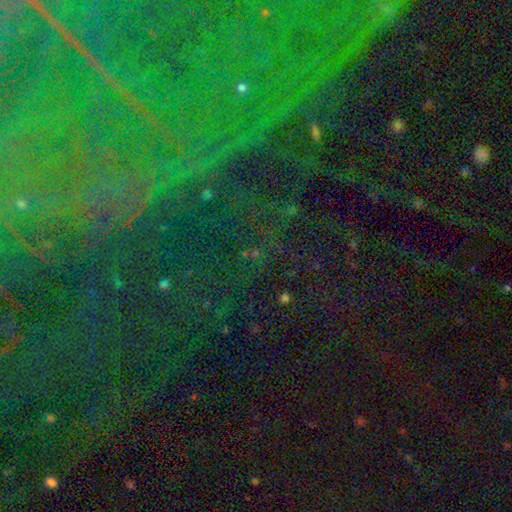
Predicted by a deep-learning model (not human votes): star or artifact 74%, featured or disk 13%, smooth 13%.